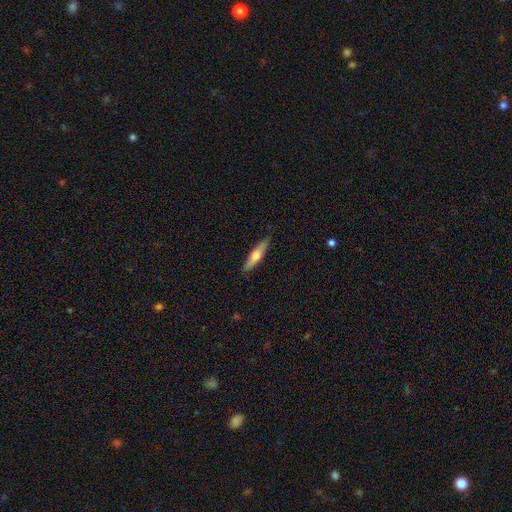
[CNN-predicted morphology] The model was most divided on "smooth or featured": smooth: 49%, featured or disk: 45%, star or artifact: 6%. More confident: merging — none (87%).